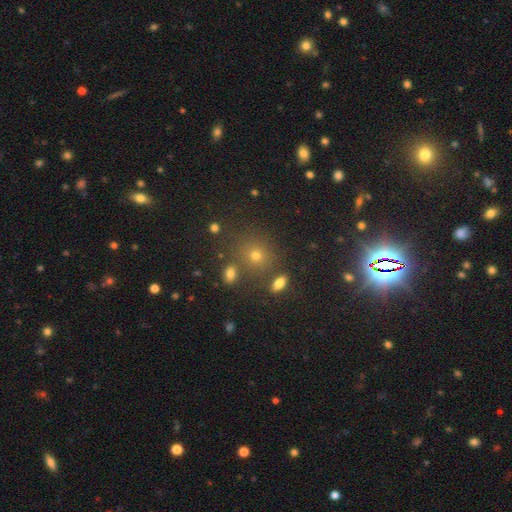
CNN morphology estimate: type=smooth (59%); roundness=round (81%); merging=none (75%).